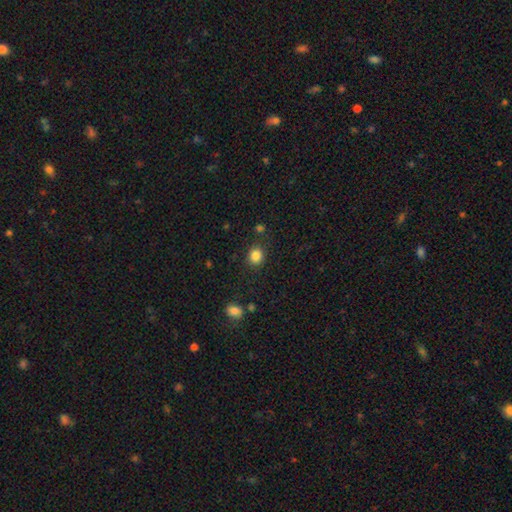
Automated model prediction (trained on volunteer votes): Q: Smooth or featured?
A: smooth (85%); runner-up: star or artifact (11%)
Q: How rounded?
A: round (76%); runner-up: in between (23%)
Q: Merging?
A: none (85%); runner-up: minor disturbance (10%)